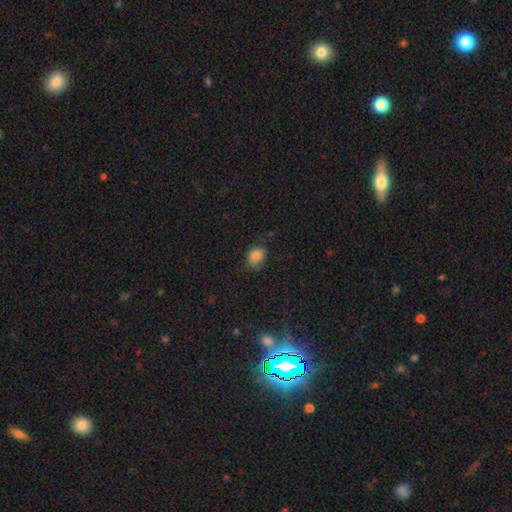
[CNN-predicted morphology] Smooth or featured?
  - smooth: 84% *
  - star or artifact: 11%
  - featured or disk: 5%
How rounded?
  - in between: 52% *
  - round: 47%
  - cigar-shaped: 1%
Merging?
  - none: 66% *
  - minor disturbance: 26%
  - major disturbance: 7%
  - merger: 2%